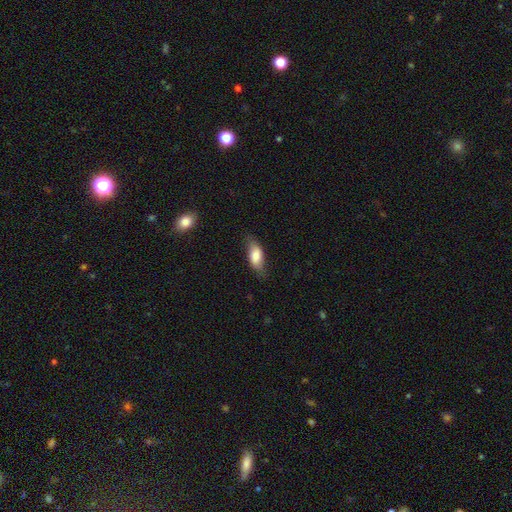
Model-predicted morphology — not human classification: Smooth or featured? Predicted: smooth (p=0.73). How rounded? Predicted: in between (p=0.80). Merging? Predicted: none (p=0.70).